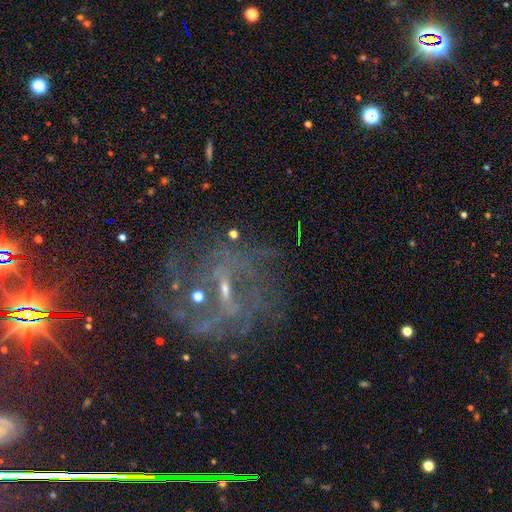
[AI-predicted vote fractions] featured or disk 74%, star or artifact 18%, smooth 8%. Down the decision tree: edge-on disk — no (96%); bar — weak (49%); spiral arms — yes (85%); spiral arm count — can't tell (38%); spiral winding — medium (41%); bulge size — small (67%); merging — none (64%).